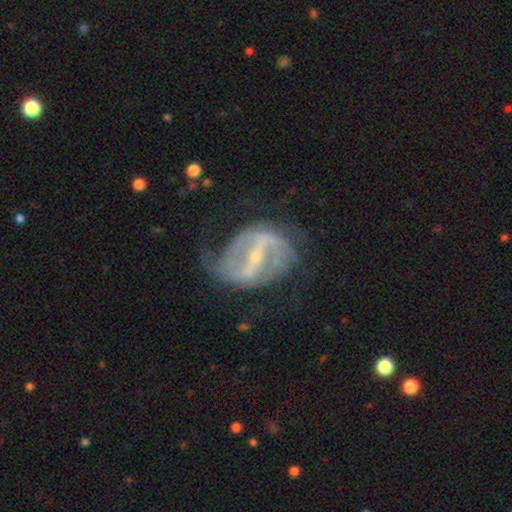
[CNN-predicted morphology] Smooth or featured: featured or disk — 86% (smooth — 8%)
Edge-on disk: no — 95% (yes — 5%)
Bar: strong — 72% (weak — 21%)
Spiral arms: yes — 80% (no — 20%)
Spiral winding: medium — 44% (loose — 33%)
Spiral arm count: 2 — 77% (can't tell — 12%)
Bulge size: small — 70% (moderate — 26%)
Merging: none — 53% (minor disturbance — 24%)